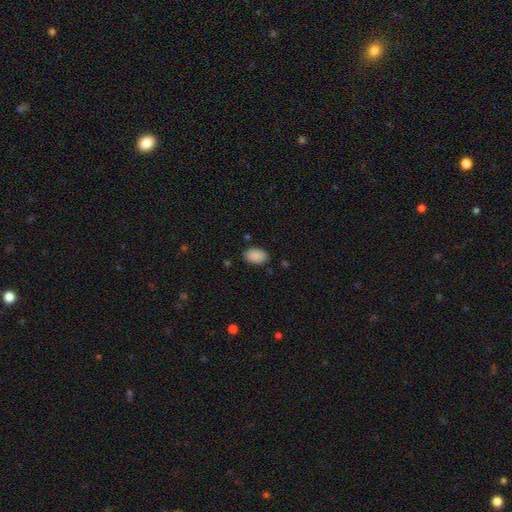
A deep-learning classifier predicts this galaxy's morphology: Smooth or featured?
  - smooth: 90% *
  - star or artifact: 7%
  - featured or disk: 3%
How rounded?
  - in between: 91% *
  - round: 8%
  - cigar-shaped: 1%
Merging?
  - none: 85% *
  - minor disturbance: 11%
  - major disturbance: 3%
  - merger: 1%